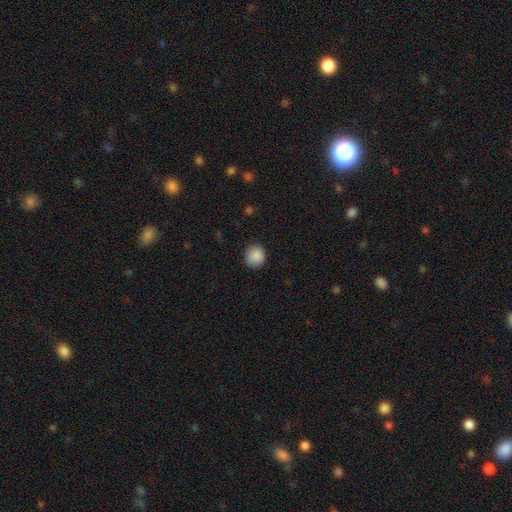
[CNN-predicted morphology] Smooth or featured?
  - smooth: 88% *
  - star or artifact: 8%
  - featured or disk: 3%
How rounded?
  - round: 88% *
  - in between: 11%
  - cigar-shaped: 1%
Merging?
  - none: 85% *
  - minor disturbance: 12%
  - major disturbance: 2%
  - merger: 1%